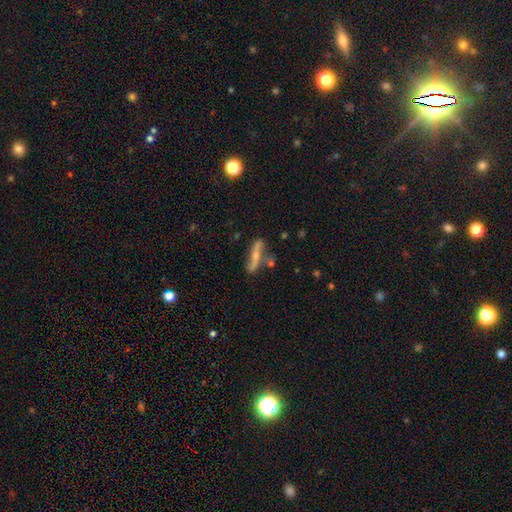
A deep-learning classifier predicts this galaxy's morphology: Overall: featured or disk (55%; smooth 37%). Edge-on disk: yes (56%; no 44%). Merging: none (65%).